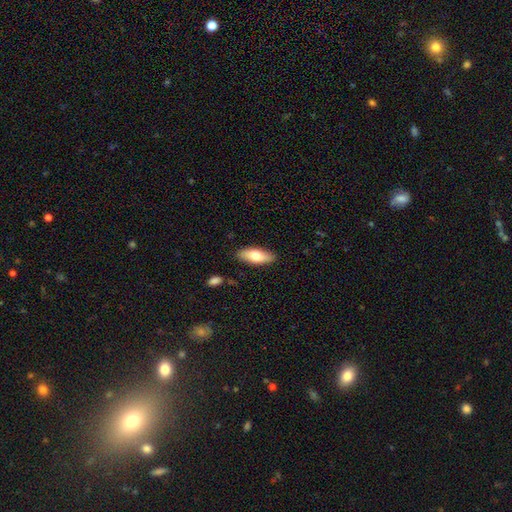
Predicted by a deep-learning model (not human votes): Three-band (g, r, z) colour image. It shows a smooth galaxy with no disk features (74%) that is in between round and cigar-shaped (74%). Merging: none (86%).